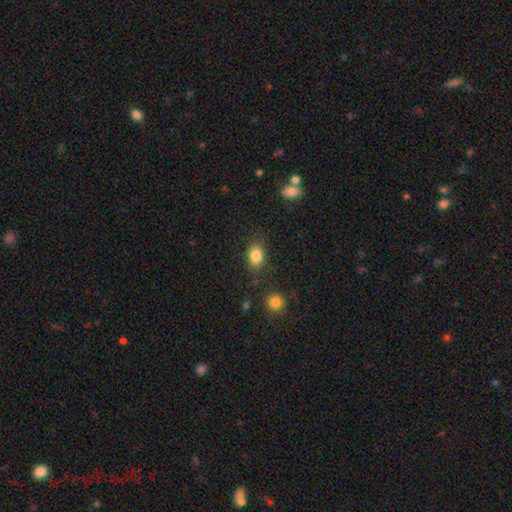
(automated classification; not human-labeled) Smooth or featured?
  - smooth: 85% *
  - star or artifact: 9%
  - featured or disk: 6%
How rounded?
  - in between: 74% *
  - round: 24%
  - cigar-shaped: 1%
Merging?
  - none: 80% *
  - minor disturbance: 13%
  - major disturbance: 4%
  - merger: 3%